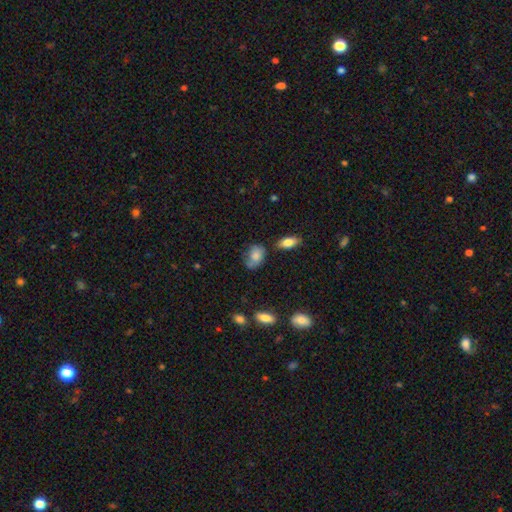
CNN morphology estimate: This appears to be a smooth galaxy with no disk features (74%) that is in between round and cigar-shaped (80%). Merging: none (46%).